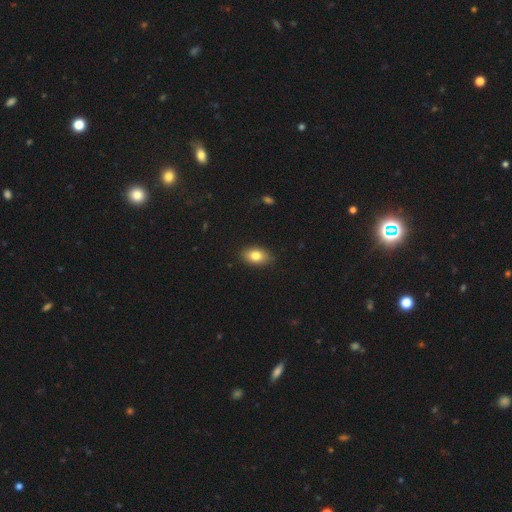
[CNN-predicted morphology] Smooth or featured?
  - smooth: 81% *
  - featured or disk: 10%
  - star or artifact: 8%
How rounded?
  - in between: 87% *
  - round: 11%
  - cigar-shaped: 2%
Merging?
  - none: 86% *
  - minor disturbance: 11%
  - major disturbance: 2%
  - merger: 1%